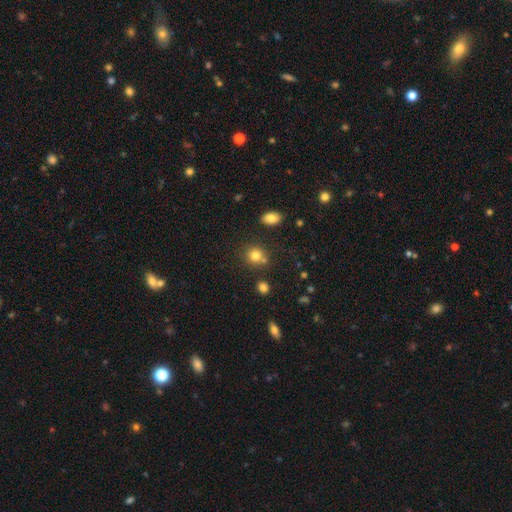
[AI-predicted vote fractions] smooth_or_featured: smooth (p=0.79) [alt: star or artifact p=0.13]
how_rounded: round (p=0.80) [alt: in between p=0.19]
merging: none (p=0.69) [alt: merger p=0.15]